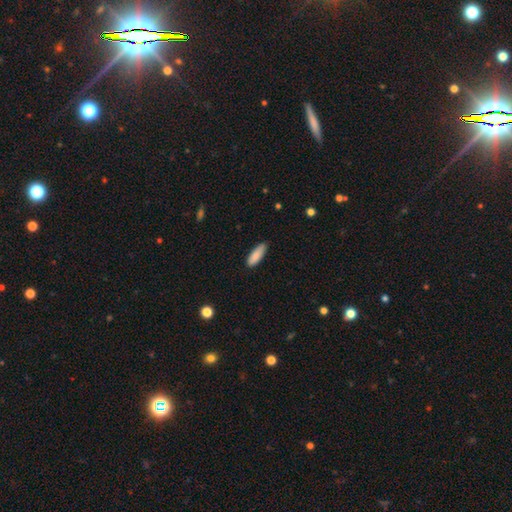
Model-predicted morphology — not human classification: Smooth or featured? smooth (88%)
How rounded? in between (58%)
Merging? none (83%)